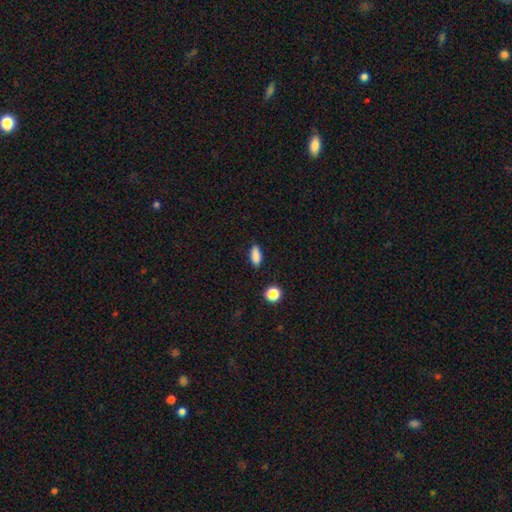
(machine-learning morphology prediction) A smooth galaxy with no disk features (86%) that is in between round and cigar-shaped (77%). Merging: none (85%).